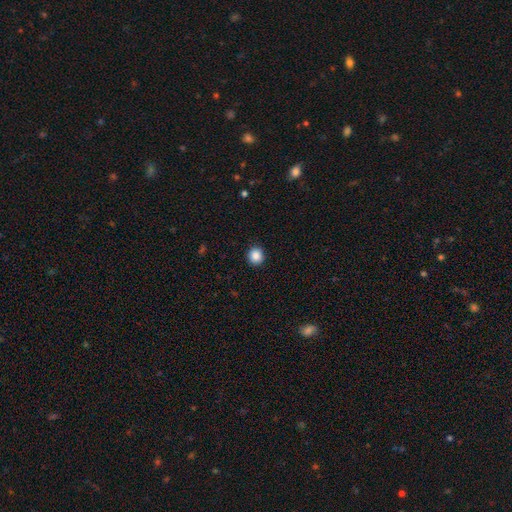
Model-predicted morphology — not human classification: Smooth or featured? smooth (88%)
How rounded? round (91%)
Merging? none (92%)